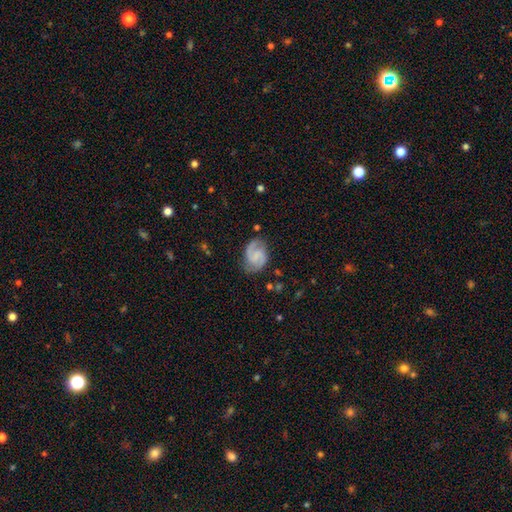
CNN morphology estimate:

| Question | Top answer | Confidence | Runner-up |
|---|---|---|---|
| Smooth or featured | featured or disk | 80% | smooth (14%) |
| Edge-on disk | no | 98% | yes (2%) |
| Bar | weak | 47% | no (40%) |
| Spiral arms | yes | 96% | no (4%) |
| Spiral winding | medium | 52% | tight (31%) |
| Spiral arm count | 2 | 90% | can't tell (4%) |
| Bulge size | none | 54% | small (30%) |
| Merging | none | 76% | minor disturbance (17%) |